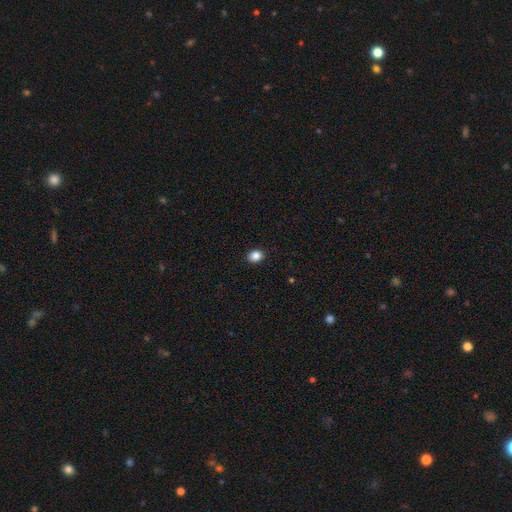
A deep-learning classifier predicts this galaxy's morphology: smooth-or-featured: smooth: 86% | star or artifact: 10% | featured or disk: 4%
  how-rounded: round: 52% | in between: 47% | cigar-shaped: 1%
  merging: none: 91% | minor disturbance: 6% | major disturbance: 2% | merger: 1%